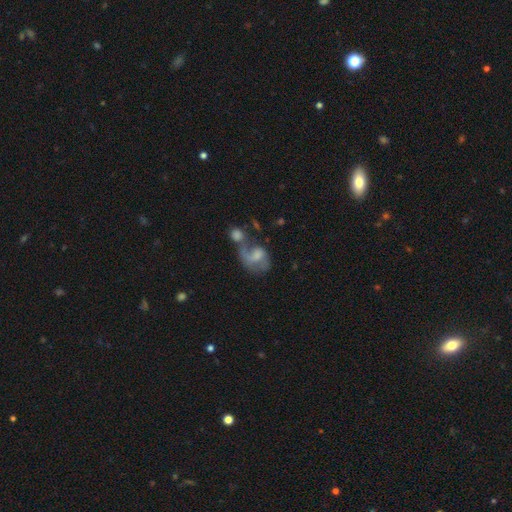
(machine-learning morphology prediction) smooth_or_featured: featured or disk (p=0.57) [alt: smooth p=0.32]
disk_edge_on: no (p=0.97) [alt: yes p=0.03]
bar: no (p=0.54) [alt: weak p=0.37]
has_spiral_arms: yes (p=0.73) [alt: no p=0.27]
bulge_size: moderate (p=0.31) [alt: none p=0.28]
merging: merger (p=0.41) [alt: major disturbance p=0.23]